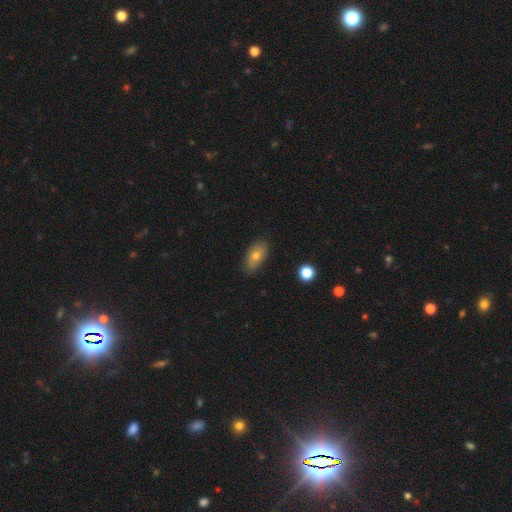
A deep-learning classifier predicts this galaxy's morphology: Smooth or featured?
  - smooth: 70% *
  - featured or disk: 20%
  - star or artifact: 10%
How rounded?
  - in between: 88% *
  - round: 7%
  - cigar-shaped: 5%
Merging?
  - none: 84% *
  - minor disturbance: 13%
  - major disturbance: 2%
  - merger: 1%